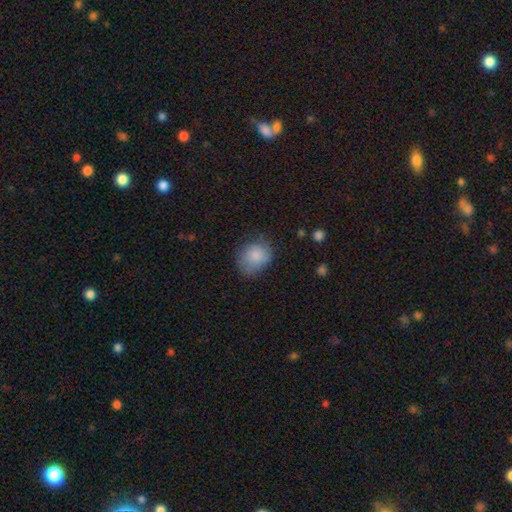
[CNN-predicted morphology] This appears to be a smooth galaxy with no disk features (83%) that is round (65%). Merging: none (62%).